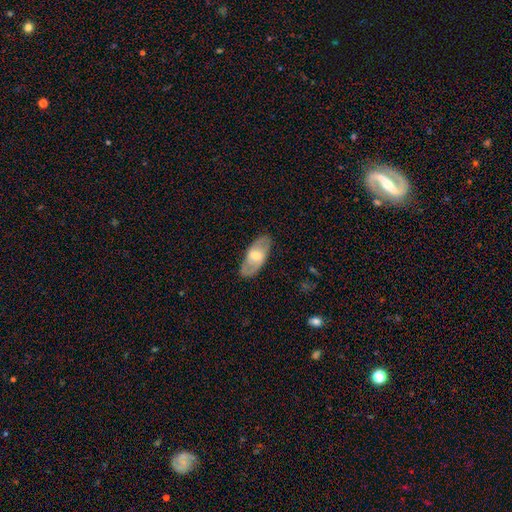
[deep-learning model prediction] Q: Smooth or featured?
A: featured or disk (52%); runner-up: smooth (43%)
Q: Edge-on disk?
A: no (85%); runner-up: yes (15%)
Q: Merging?
A: none (83%); runner-up: minor disturbance (13%)